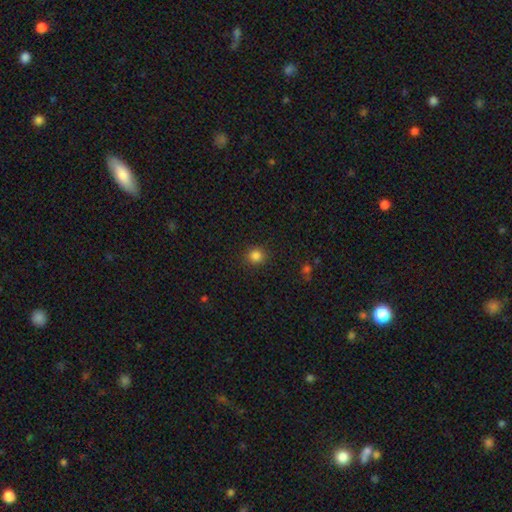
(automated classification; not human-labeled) This is clearly a smooth galaxy (84%). How rounded: clearly round (87%). Merging: clearly none (89%).